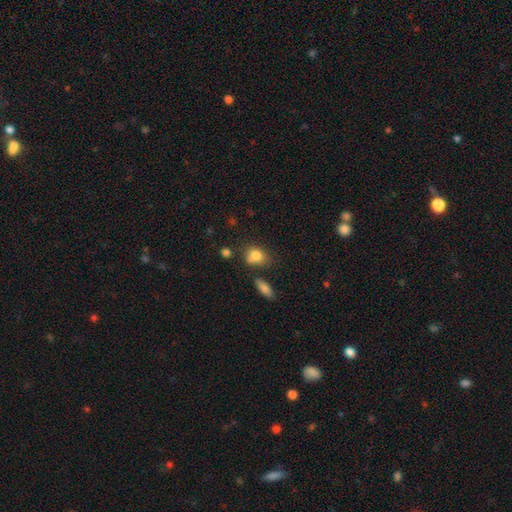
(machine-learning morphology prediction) smooth_or_featured: smooth (p=0.79) [alt: featured or disk p=0.11]
how_rounded: in between (p=0.59) [alt: round p=0.39]
merging: none (p=0.51) [alt: minor disturbance p=0.23]